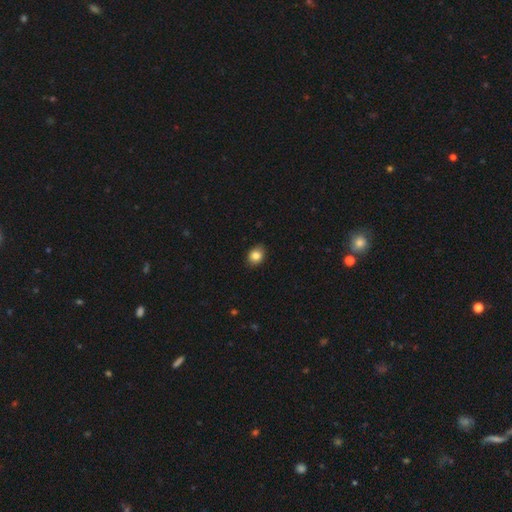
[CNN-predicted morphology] Overall: smooth (84%). How rounded: in between (52%; round 47%). Merging: none (86%).